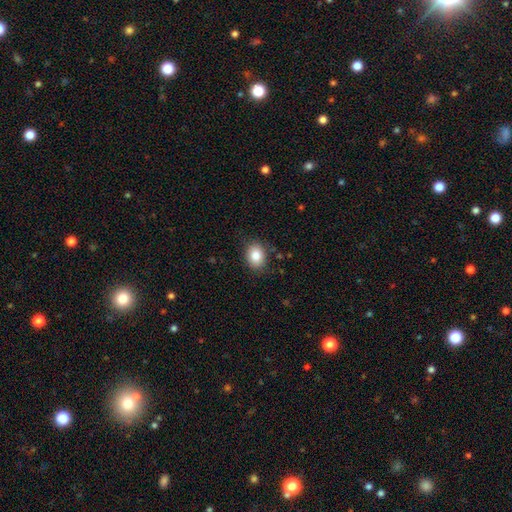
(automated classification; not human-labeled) Q: Smooth or featured?
A: smooth (84%); runner-up: star or artifact (9%)
Q: How rounded?
A: in between (57%); runner-up: round (42%)
Q: Merging?
A: none (84%); runner-up: minor disturbance (11%)